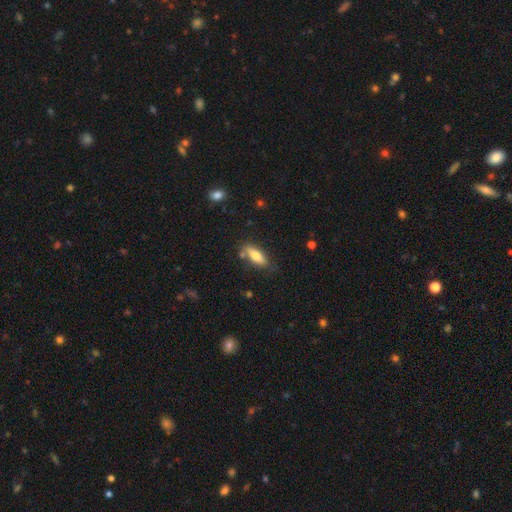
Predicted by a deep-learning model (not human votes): smooth-or-featured: smooth: 74% | featured or disk: 20% | star or artifact: 7%
  how-rounded: in between: 65% | cigar-shaped: 33% | round: 2%
  merging: none: 72% | minor disturbance: 17% | merger: 7% | major disturbance: 4%